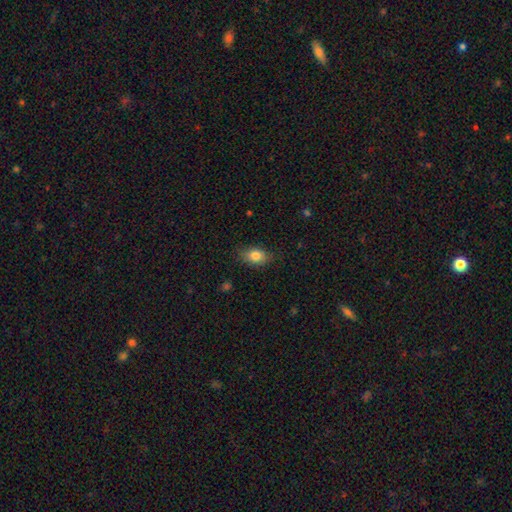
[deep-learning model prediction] Q: Smooth or featured?
A: smooth (83%); runner-up: featured or disk (9%)
Q: How rounded?
A: in between (79%); runner-up: round (19%)
Q: Merging?
A: none (80%); runner-up: minor disturbance (15%)